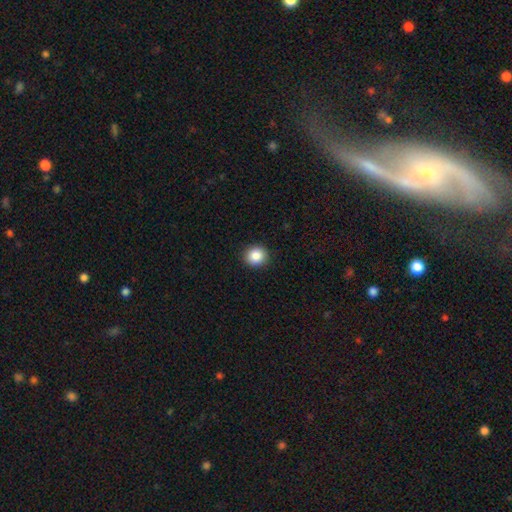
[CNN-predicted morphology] smooth-or-featured: smooth: 87% | star or artifact: 9% | featured or disk: 4%
  how-rounded: round: 88% | in between: 11% | cigar-shaped: 1%
  merging: none: 92% | minor disturbance: 5% | major disturbance: 2% | merger: 1%